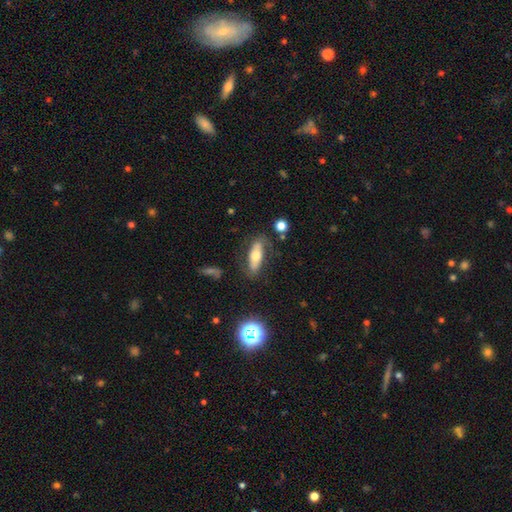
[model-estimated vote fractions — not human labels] Smooth or featured: smooth — 51% (featured or disk — 42%)
How rounded: in between — 64% (cigar-shaped — 32%)
Merging: none — 69% (minor disturbance — 18%)